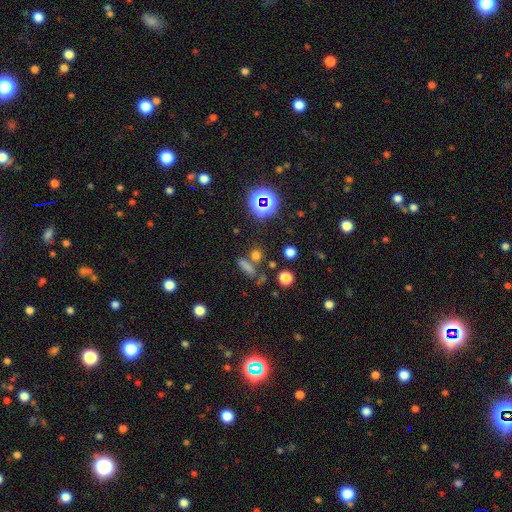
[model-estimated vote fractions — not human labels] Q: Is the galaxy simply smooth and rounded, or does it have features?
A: smooth — 62%.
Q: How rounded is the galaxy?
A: round — 50%.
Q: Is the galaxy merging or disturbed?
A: none — 69%.